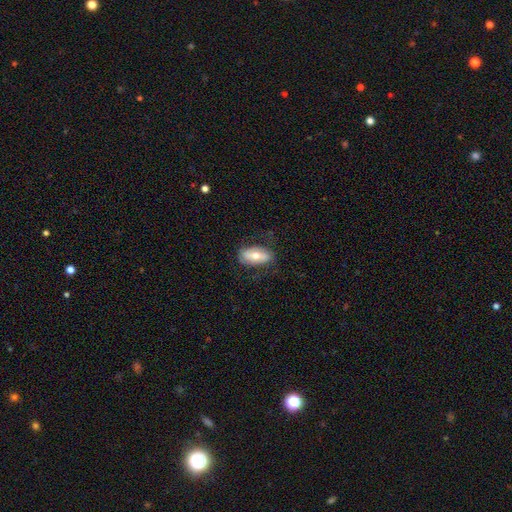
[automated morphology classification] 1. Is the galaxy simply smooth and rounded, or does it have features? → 54% smooth, 39% featured or disk, 7% star or artifact.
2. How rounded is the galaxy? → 87% in between, 9% cigar-shaped, 4% round.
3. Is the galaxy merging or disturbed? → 73% none, 19% minor disturbance, 7% major disturbance, 1% merger.